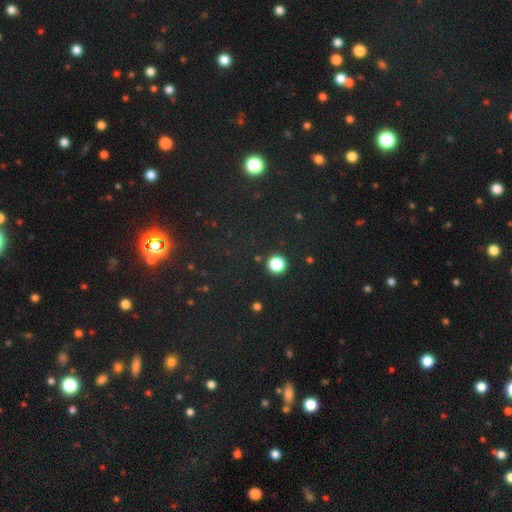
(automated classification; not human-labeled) A star or artifact, not a galaxy (69%).